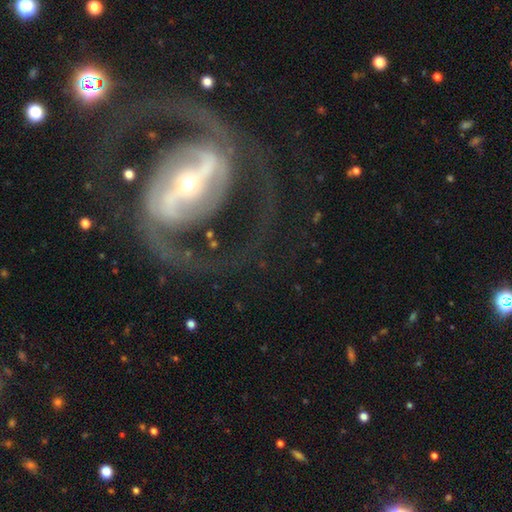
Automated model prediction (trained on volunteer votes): smooth_or_featured: featured or disk (p=0.90) [alt: star or artifact p=0.06]
disk_edge_on: no (p=0.96) [alt: yes p=0.04]
bar: strong (p=0.70) [alt: weak p=0.21]
has_spiral_arms: yes (p=0.95) [alt: no p=0.05]
spiral_winding: medium (p=0.57) [alt: tight p=0.22]
spiral_arm_count: 2 (p=0.91) [alt: can't tell p=0.03]
bulge_size: small (p=0.62) [alt: moderate p=0.30]
merging: none (p=0.72) [alt: major disturbance p=0.15]